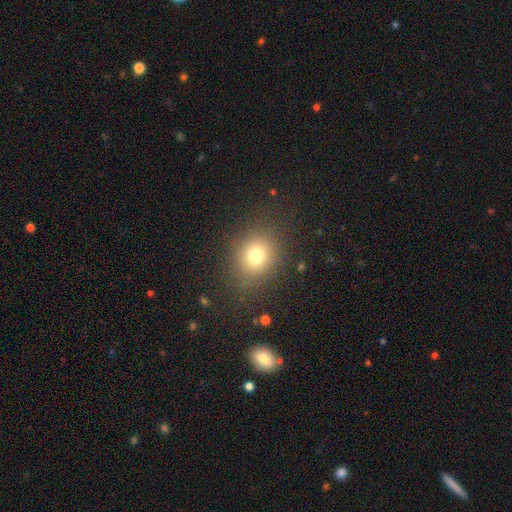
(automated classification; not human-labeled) A smooth galaxy with no disk features (74%) that is round (68%).

Vote fractions:
- Smooth or featured? smooth: 74% / star or artifact: 16% / featured or disk: 10%
- How rounded? round: 68% / in between: 31% / cigar-shaped: 1%
- Merging? none: 83% / minor disturbance: 10% / major disturbance: 5% / merger: 1%